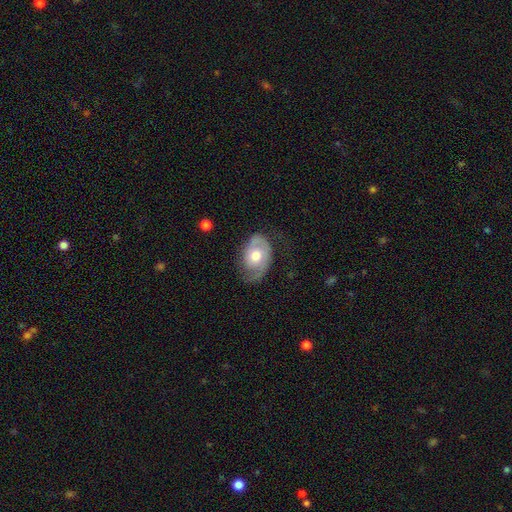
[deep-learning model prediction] smooth-or-featured: featured or disk: 66% | smooth: 28% | star or artifact: 6%
  disk-edge-on: no: 95% | yes: 5%
    bar: no: 77% | weak: 20% | strong: 4%
    has-spiral-arms: yes: 84% | no: 16%
      spiral-winding: tight: 44% | medium: 37% | loose: 19%
      spiral-arm-count: 2: 53% | 1: 31% | can't tell: 12% | 3: 2% | 4: 1% | more than 4: 1%
    bulge-size: moderate: 70% | large: 15% | small: 13% | dominant: 1% | none: 1%
  merging: none: 59% | minor disturbance: 25% | major disturbance: 15% | merger: 1%